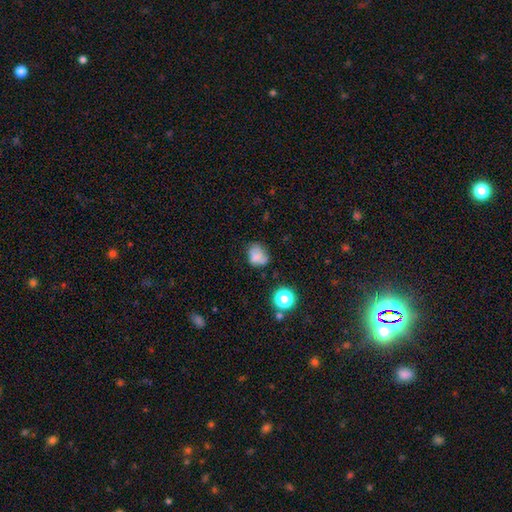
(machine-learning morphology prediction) Smooth or featured? smooth (69%)
How rounded? in between (50%)
Merging? none (52%)